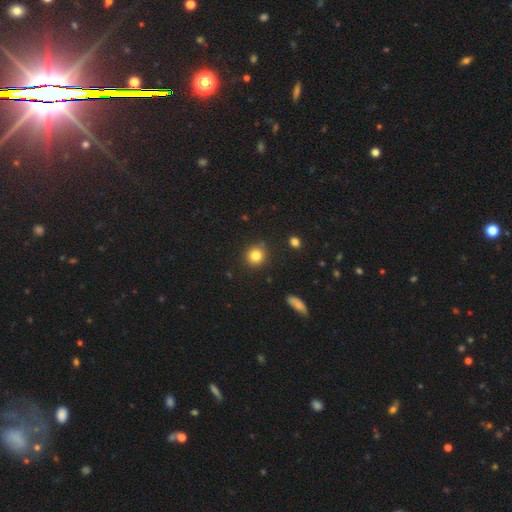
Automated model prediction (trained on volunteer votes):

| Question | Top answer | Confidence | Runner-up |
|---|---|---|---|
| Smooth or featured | smooth | 83% | star or artifact (11%) |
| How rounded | round | 89% | in between (10%) |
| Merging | none | 85% | minor disturbance (9%) |